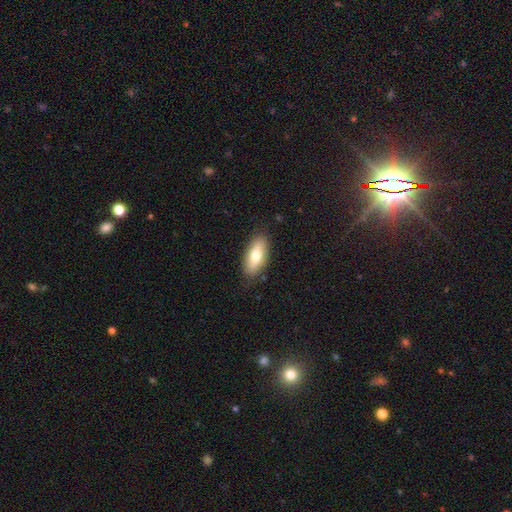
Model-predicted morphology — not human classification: Q: Smooth or featured?
A: smooth (71%); runner-up: featured or disk (22%)
Q: How rounded?
A: in between (81%); runner-up: cigar-shaped (16%)
Q: Merging?
A: none (85%); runner-up: minor disturbance (12%)